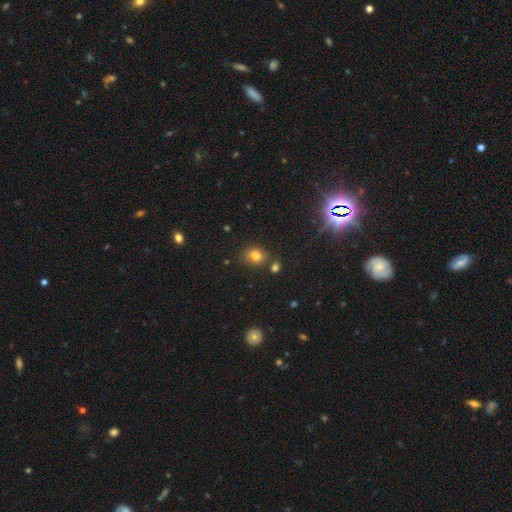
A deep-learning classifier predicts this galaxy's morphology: Smooth or featured? Predicted: smooth (p=0.75). How rounded? Predicted: round (p=0.52). Merging? Predicted: none (p=0.71).